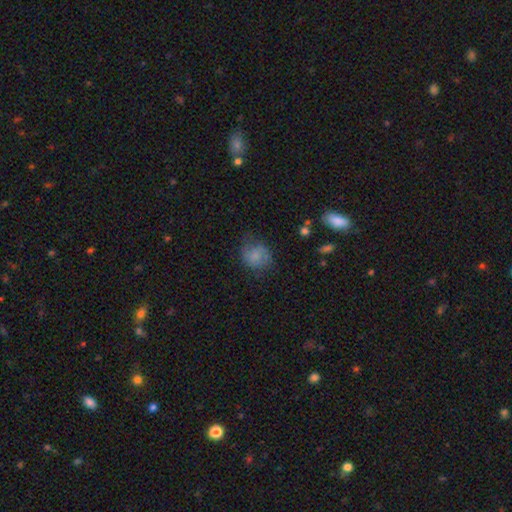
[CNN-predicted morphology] A smooth galaxy with no disk features (66%) that is round (70%).

Vote fractions:
- Smooth or featured? smooth: 66% / featured or disk: 23% / star or artifact: 11%
- How rounded? round: 70% / in between: 29% / cigar-shaped: 1%
- Merging? none: 54% / minor disturbance: 28% / major disturbance: 16% / merger: 2%